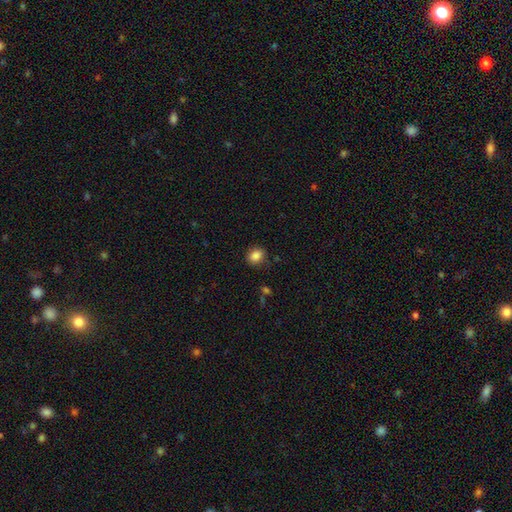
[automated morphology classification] This is clearly a smooth galaxy (86%). How rounded: possibly round (52%). Merging: clearly none (85%).